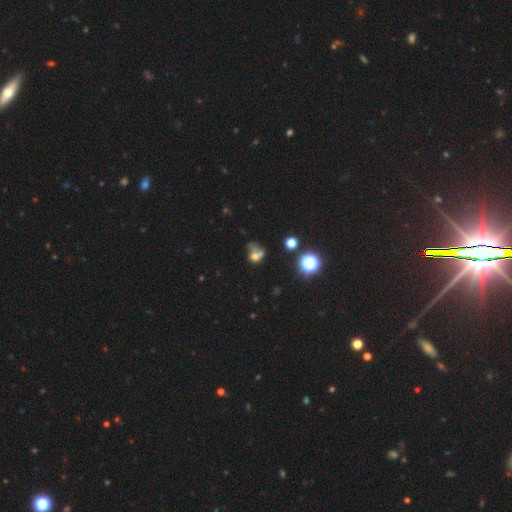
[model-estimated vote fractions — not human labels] This is possibly a smooth galaxy (52%). How rounded: possibly round (54%). Merging: marginally merger (42%).